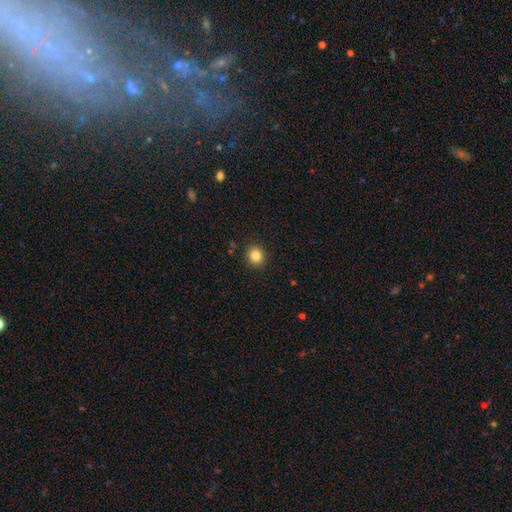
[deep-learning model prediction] Q: Smooth or featured?
A: smooth (84%); runner-up: star or artifact (11%)
Q: How rounded?
A: round (87%); runner-up: in between (12%)
Q: Merging?
A: none (91%); runner-up: minor disturbance (6%)